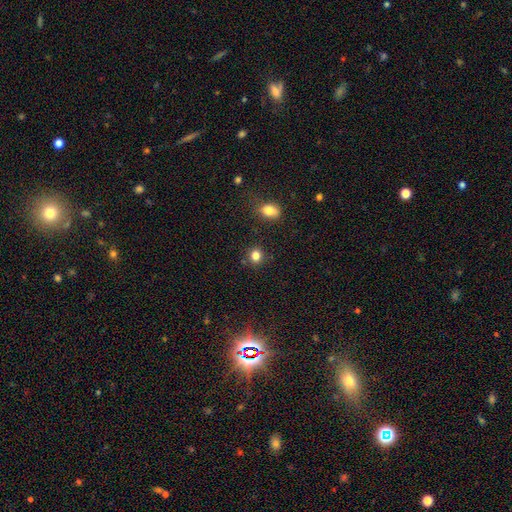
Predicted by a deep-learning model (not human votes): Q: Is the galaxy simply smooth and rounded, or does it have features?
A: smooth — 82%.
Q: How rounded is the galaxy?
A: round — 83%.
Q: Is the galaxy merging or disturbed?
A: none — 86%.